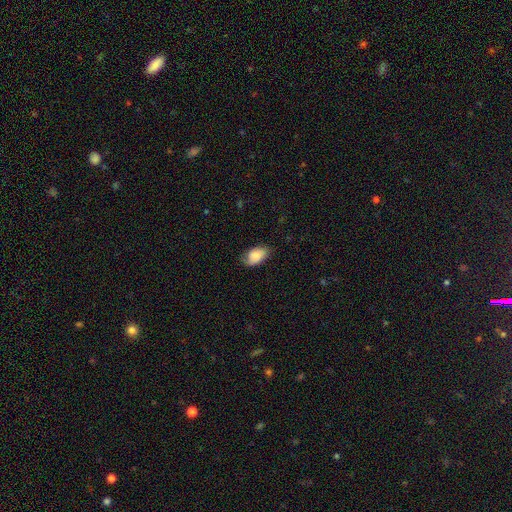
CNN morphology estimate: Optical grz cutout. It shows a smooth galaxy with no disk features (79%) that is in between round and cigar-shaped (93%). Merging: none (61%).